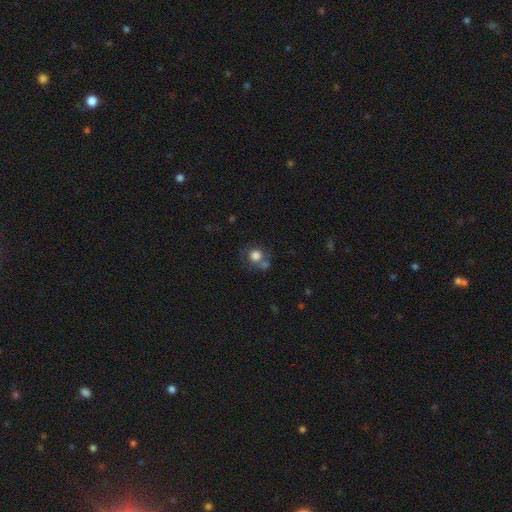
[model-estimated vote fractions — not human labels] Smooth or featured? Predicted: smooth (p=0.75). How rounded? Predicted: round (p=0.84). Merging? Predicted: none (p=0.49).